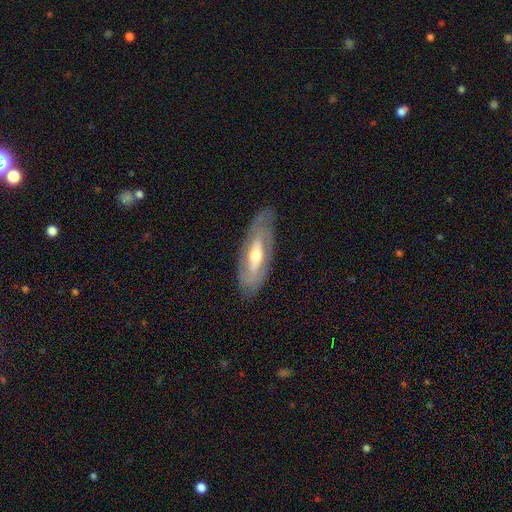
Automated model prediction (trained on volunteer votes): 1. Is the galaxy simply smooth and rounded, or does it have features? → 69% featured or disk, 25% smooth, 6% star or artifact.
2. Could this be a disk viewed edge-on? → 77% no, 23% yes.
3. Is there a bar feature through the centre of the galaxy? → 42% no, 30% weak, 29% strong.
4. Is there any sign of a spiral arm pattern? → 58% yes, 42% no.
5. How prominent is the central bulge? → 66% moderate, 24% small, 7% large, 1% dominant, 1% none.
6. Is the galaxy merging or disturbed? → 76% none, 16% minor disturbance, 6% major disturbance, 1% merger.